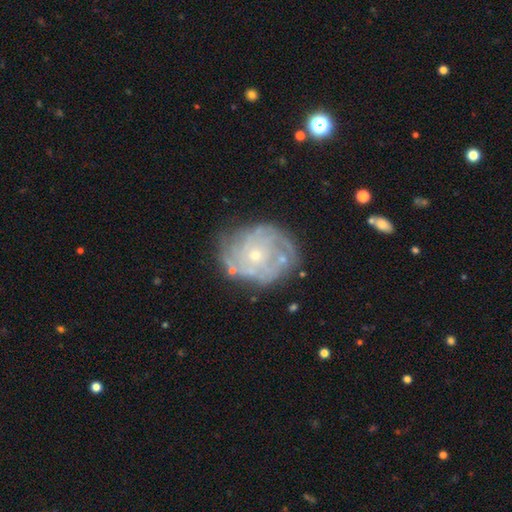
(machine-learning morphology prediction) Smooth or featured?
  - featured or disk: 79% *
  - smooth: 14%
  - star or artifact: 8%
Edge-on disk?
  - no: 97% *
  - yes: 3%
Bar?
  - no: 82% *
  - weak: 15%
  - strong: 3%
Spiral arms?
  - yes: 82% *
  - no: 18%
Spiral winding?
  - tight: 65% *
  - medium: 26%
  - loose: 9%
Spiral arm count?
  - can't tell: 46% *
  - 3: 14%
  - 2: 14%
  - 4: 12%
  - more than 4: 8%
  - 1: 6%
Bulge size?
  - small: 74% *
  - moderate: 23%
  - none: 1%
  - large: 1%
  - dominant: 1%
Merging?
  - none: 68% *
  - minor disturbance: 20%
  - major disturbance: 9%
  - merger: 3%